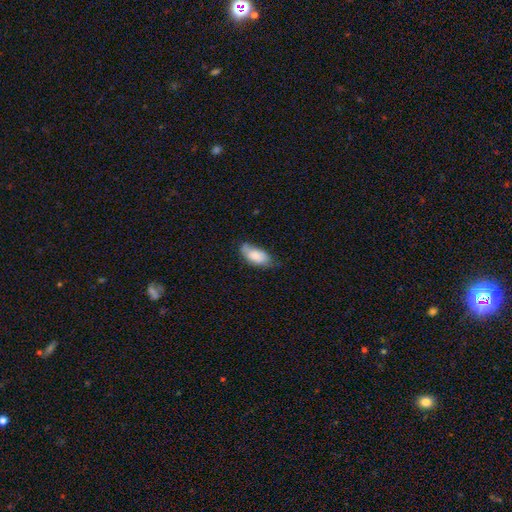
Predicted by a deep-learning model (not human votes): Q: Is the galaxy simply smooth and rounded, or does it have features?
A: smooth — 79%.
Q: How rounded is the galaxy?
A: in between — 90%.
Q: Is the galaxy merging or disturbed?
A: none — 53%.